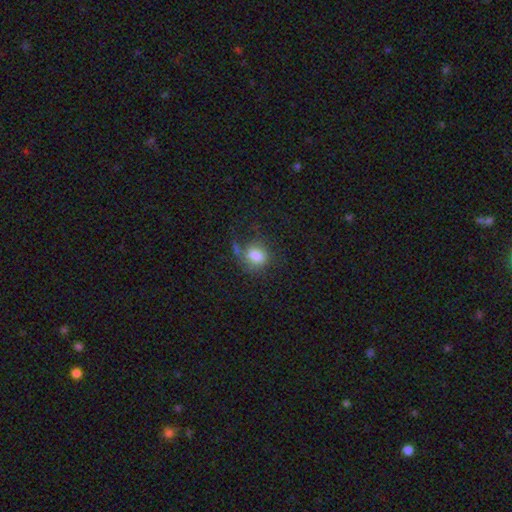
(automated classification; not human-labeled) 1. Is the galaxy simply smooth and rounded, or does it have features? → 78% smooth, 11% star or artifact, 11% featured or disk.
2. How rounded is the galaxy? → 52% round, 46% in between, 2% cigar-shaped.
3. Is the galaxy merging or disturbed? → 55% none, 22% minor disturbance, 15% major disturbance, 9% merger.